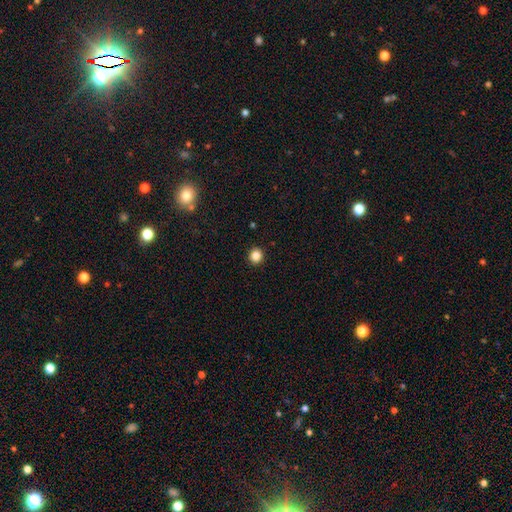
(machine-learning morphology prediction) type=smooth (86%); roundness=round (90%); merging=none (93%).